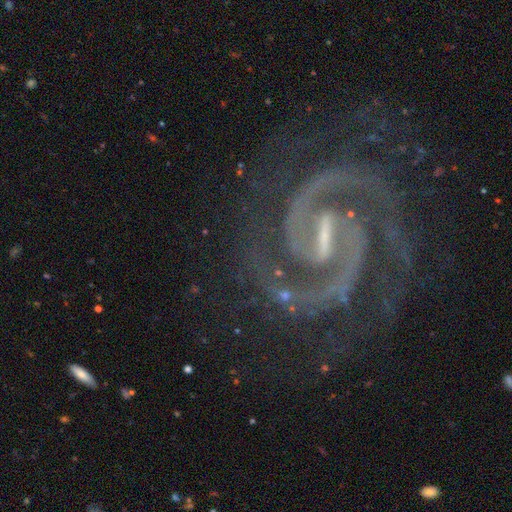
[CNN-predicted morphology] Smooth or featured?
  - featured or disk: 94% *
  - star or artifact: 4%
  - smooth: 2%
Edge-on disk?
  - no: 98% *
  - yes: 2%
Bar?
  - strong: 56% *
  - weak: 36%
  - no: 8%
Spiral arms?
  - yes: 99% *
  - no: 1%
Spiral winding?
  - tight: 48% *
  - medium: 46%
  - loose: 5%
Spiral arm count?
  - 2: 92% *
  - 3: 3%
  - can't tell: 2%
  - 4: 1%
  - 1: 1%
  - more than 4: 1%
Bulge size?
  - small: 55% *
  - none: 27%
  - moderate: 15%
  - large: 2%
  - dominant: 1%
Merging?
  - none: 77% *
  - minor disturbance: 14%
  - major disturbance: 7%
  - merger: 2%